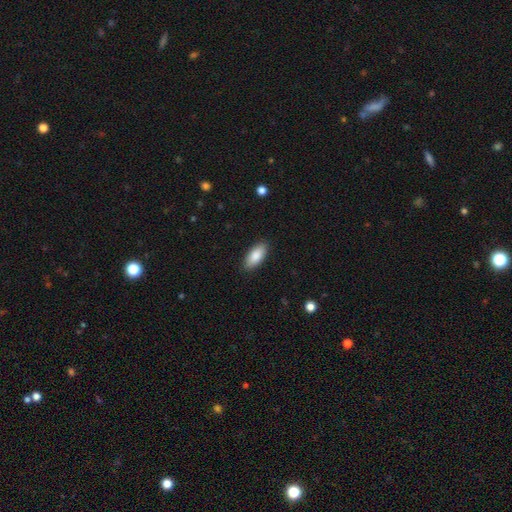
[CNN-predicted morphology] Smooth or featured?
  - smooth: 86% *
  - featured or disk: 8%
  - star or artifact: 6%
How rounded?
  - in between: 86% *
  - cigar-shaped: 12%
  - round: 2%
Merging?
  - none: 88% *
  - minor disturbance: 9%
  - major disturbance: 2%
  - merger: 1%